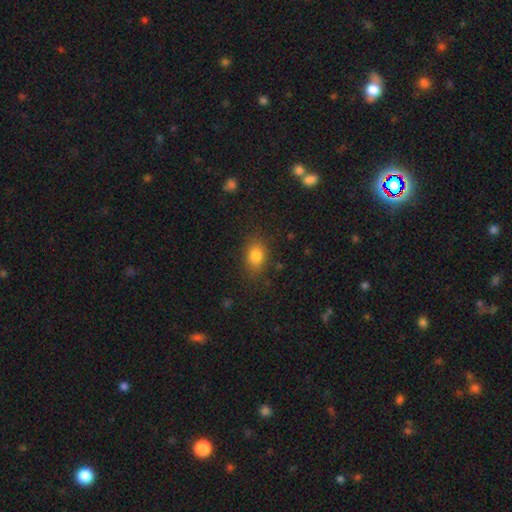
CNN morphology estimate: A smooth galaxy with no disk features (82%) that is in between round and cigar-shaped (71%). Merging: none (81%).